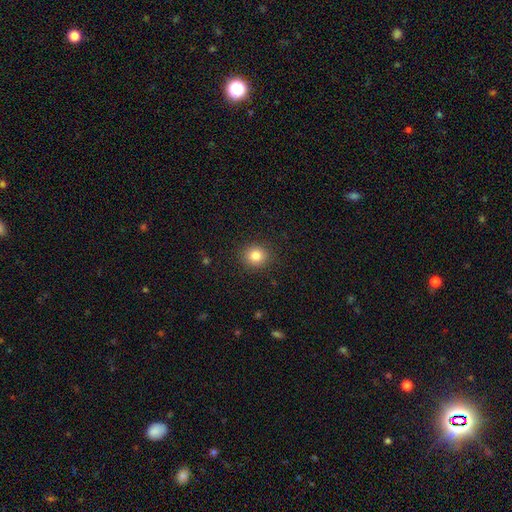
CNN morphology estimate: This appears to be a smooth galaxy with no disk features (83%) that is round (85%). Merging: none (90%).